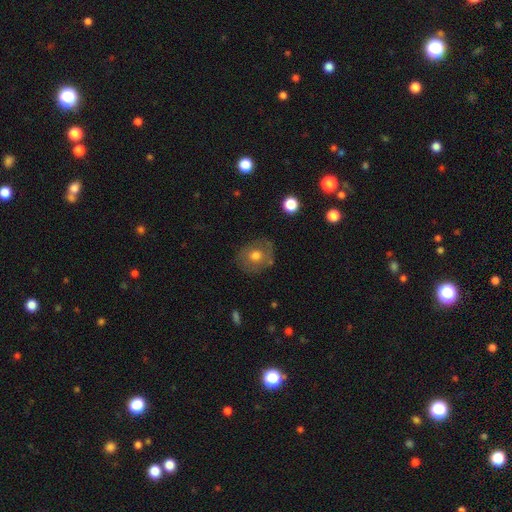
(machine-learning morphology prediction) This is possibly a smooth galaxy (57%). How rounded: likely round (68%). Merging: likely none (77%).